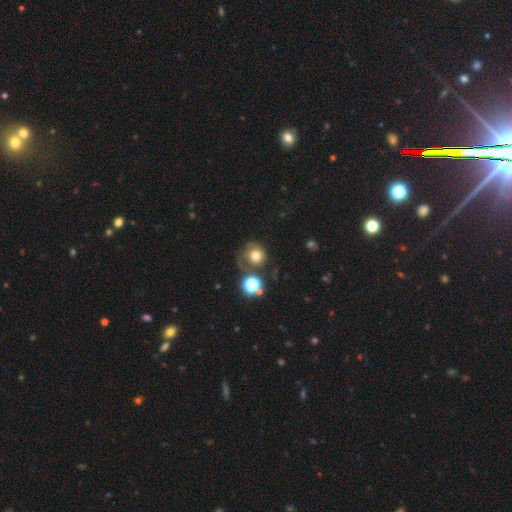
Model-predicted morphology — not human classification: Q: Smooth or featured?
A: smooth (69%); runner-up: featured or disk (17%)
Q: How rounded?
A: round (87%); runner-up: in between (12%)
Q: Merging?
A: none (50%); runner-up: minor disturbance (20%)